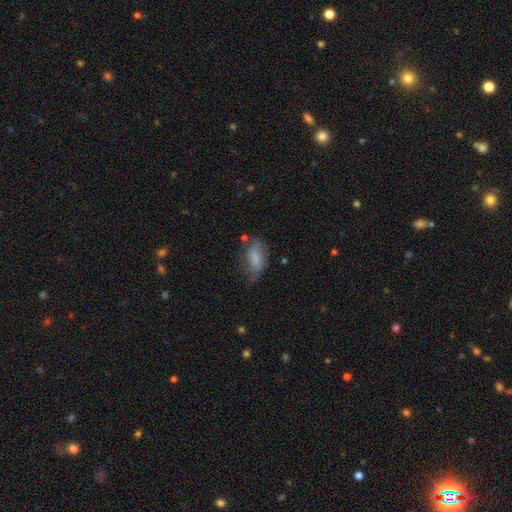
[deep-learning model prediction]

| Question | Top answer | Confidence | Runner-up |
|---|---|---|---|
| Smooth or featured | smooth | 63% | featured or disk (28%) |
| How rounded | in between | 86% | cigar-shaped (9%) |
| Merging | none | 52% | minor disturbance (31%) |